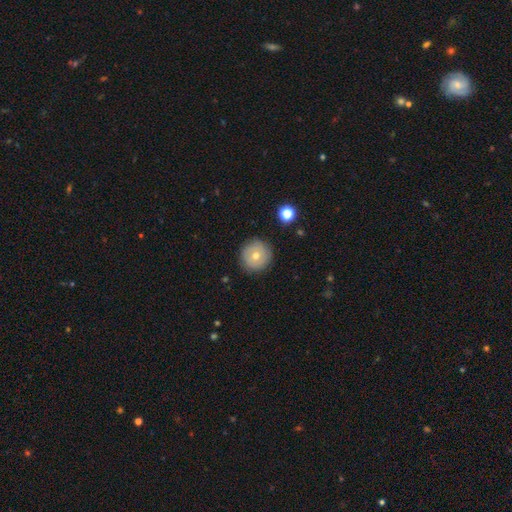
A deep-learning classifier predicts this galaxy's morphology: smooth 64%, featured or disk 26%, star or artifact 10%. Down the decision tree: how rounded — round (95%); merging — none (90%).